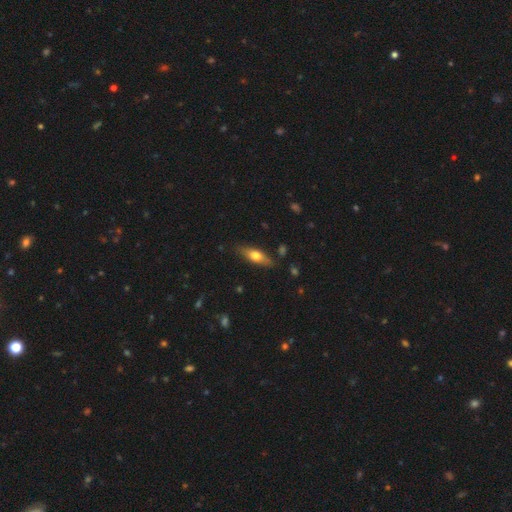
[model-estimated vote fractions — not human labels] Smooth or featured? smooth (58%)
How rounded? in between (53%)
Merging? none (82%)